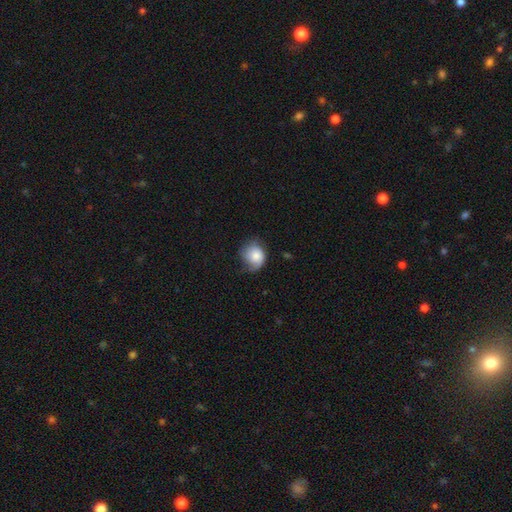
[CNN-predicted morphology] This appears to be a smooth galaxy with no disk features (72%) that is round (68%). Merging: none (47%).